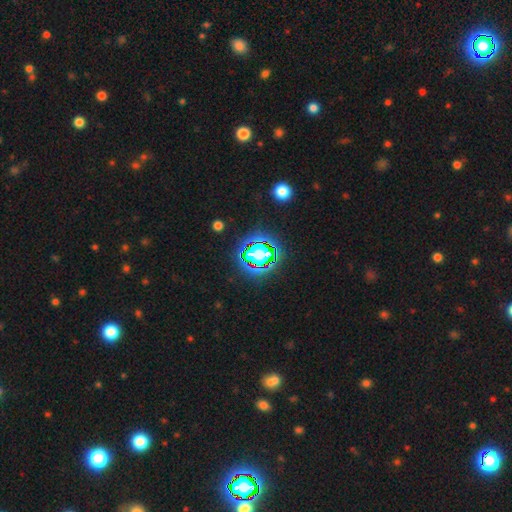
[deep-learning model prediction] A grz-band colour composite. It shows a star or artifact, not a galaxy (80%).